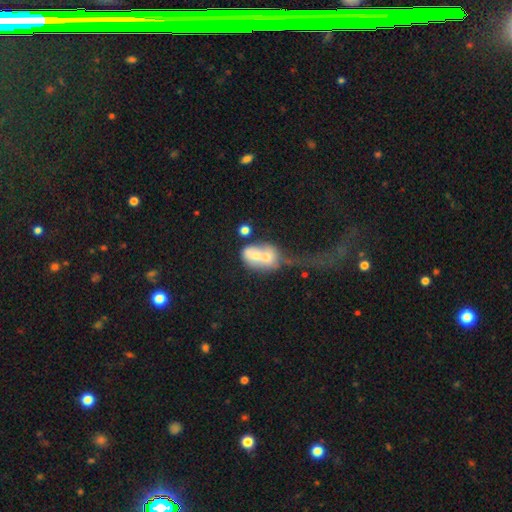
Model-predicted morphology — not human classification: smooth 53%, featured or disk 38%, star or artifact 9%. Down the decision tree: how rounded — in between (64%); merging — merger (70%).